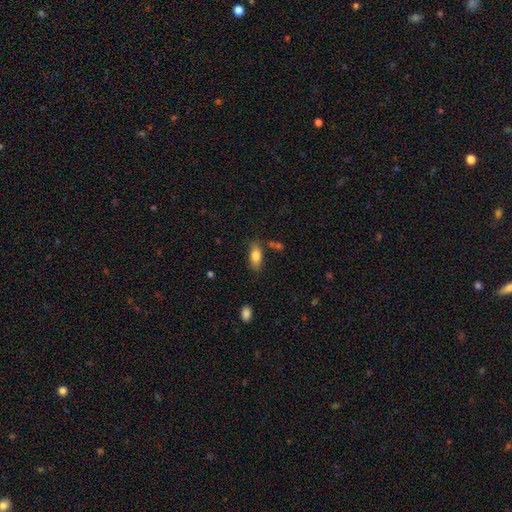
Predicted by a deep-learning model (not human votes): Smooth or featured? smooth (83%)
How rounded? in between (88%)
Merging? none (76%)